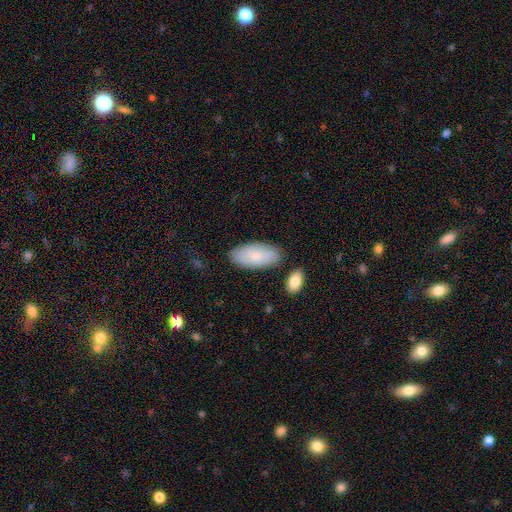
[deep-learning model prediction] smooth 79%, featured or disk 15%, star or artifact 6%. Down the decision tree: how rounded — in between (92%); merging — none (80%).